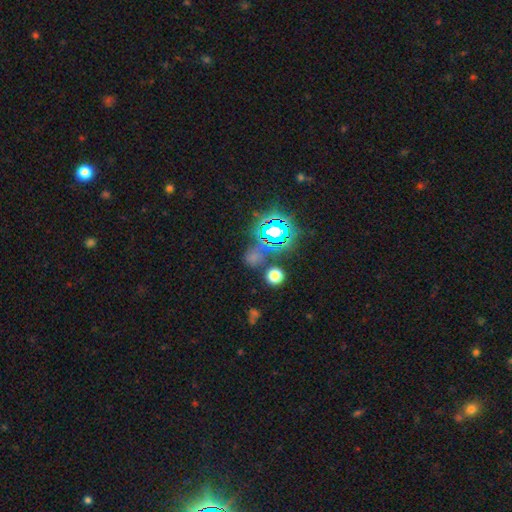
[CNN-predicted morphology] Smooth or featured? star or artifact (52%)